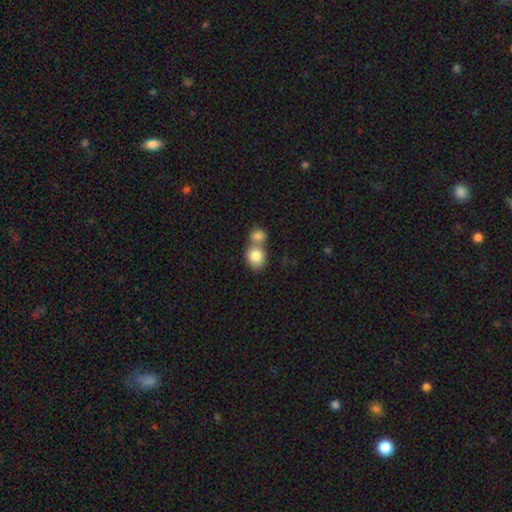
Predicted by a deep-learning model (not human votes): smooth-or-featured: smooth: 83% | featured or disk: 10% | star or artifact: 8%
  how-rounded: round: 69% | in between: 30% | cigar-shaped: 1%
  merging: merger: 58% | none: 32% | minor disturbance: 7% | major disturbance: 3%